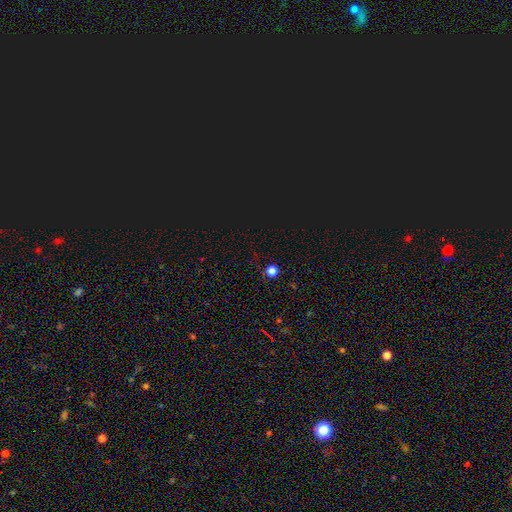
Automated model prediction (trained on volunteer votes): A star or artifact, not a galaxy (50%).